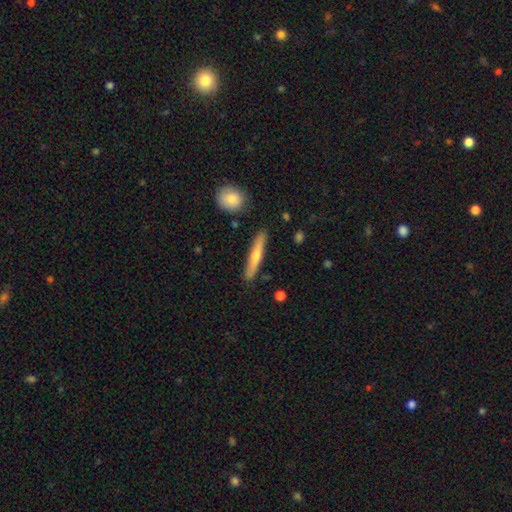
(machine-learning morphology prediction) The model was most divided on "smooth or featured": smooth: 50%, featured or disk: 44%, star or artifact: 6%. More confident: how rounded — cigar-shaped (91%); merging — none (88%).